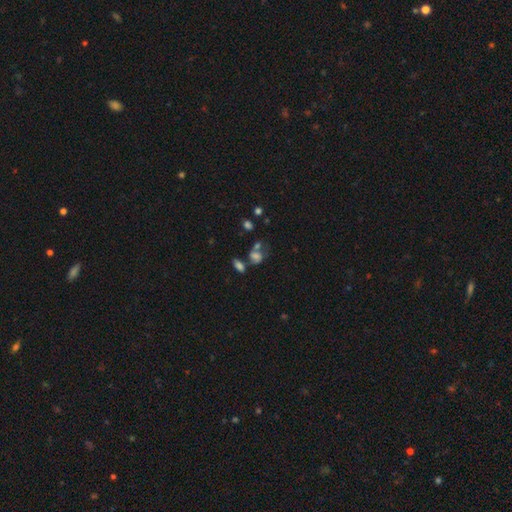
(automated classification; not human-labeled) smooth_or_featured: smooth (p=0.63) [alt: featured or disk p=0.20]
how_rounded: in between (p=0.69) [alt: round p=0.29]
merging: merger (p=0.35) [alt: none p=0.33]